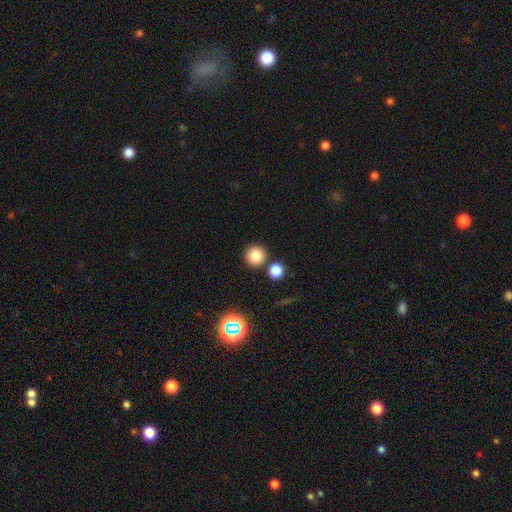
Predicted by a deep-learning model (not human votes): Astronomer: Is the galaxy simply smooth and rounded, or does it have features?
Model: smooth — 82%.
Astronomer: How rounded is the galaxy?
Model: round — 94%.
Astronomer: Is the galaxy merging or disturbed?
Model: none — 81%.